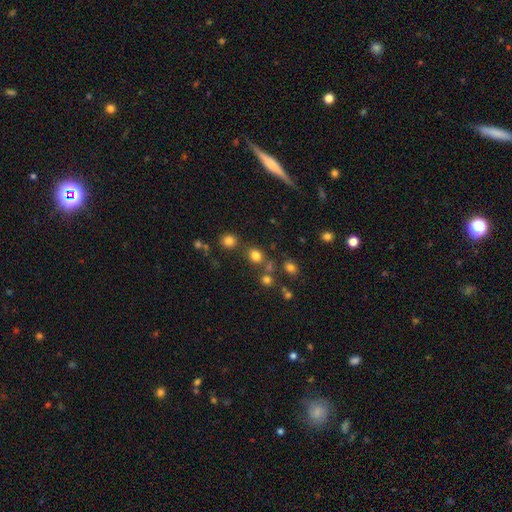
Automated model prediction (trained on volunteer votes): Smooth or featured?
  - smooth: 77% *
  - star or artifact: 17%
  - featured or disk: 6%
How rounded?
  - round: 74% *
  - in between: 25%
  - cigar-shaped: 1%
Merging?
  - none: 71% *
  - merger: 15%
  - minor disturbance: 10%
  - major disturbance: 4%